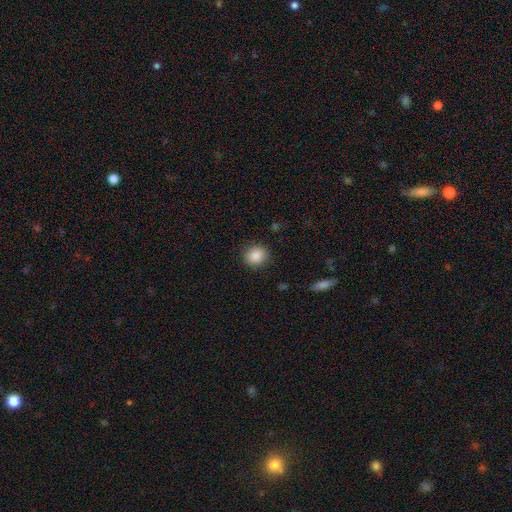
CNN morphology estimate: Smooth or featured? Predicted: smooth (p=0.85). How rounded? Predicted: round (p=0.85). Merging? Predicted: none (p=0.89).